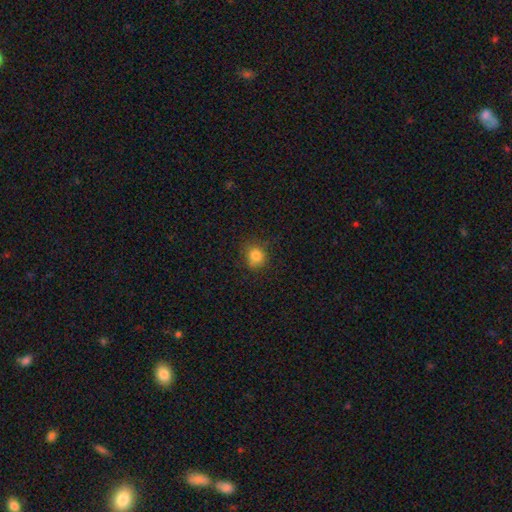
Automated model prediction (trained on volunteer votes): Smooth or featured: smooth — 82% (star or artifact — 12%)
How rounded: round — 80% (in between — 19%)
Merging: none — 78% (minor disturbance — 16%)